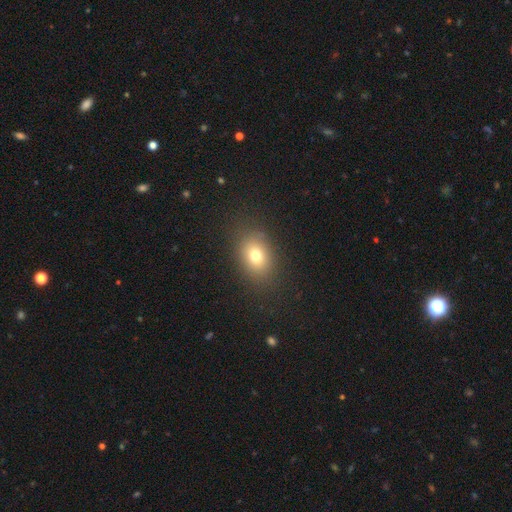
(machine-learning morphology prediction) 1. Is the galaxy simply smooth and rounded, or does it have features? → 75% smooth, 13% star or artifact, 12% featured or disk.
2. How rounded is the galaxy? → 68% in between, 30% round, 1% cigar-shaped.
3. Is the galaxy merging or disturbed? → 84% none, 10% minor disturbance, 5% major disturbance, 1% merger.